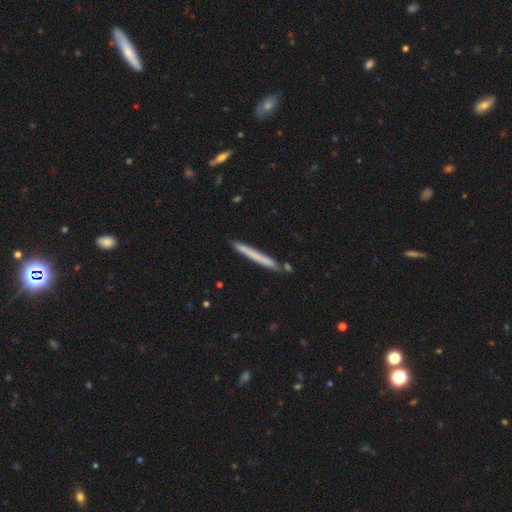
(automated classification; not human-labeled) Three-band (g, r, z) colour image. It shows a smooth galaxy with no disk features (62%) that is cigar-shaped (97%). Merging: none (85%).